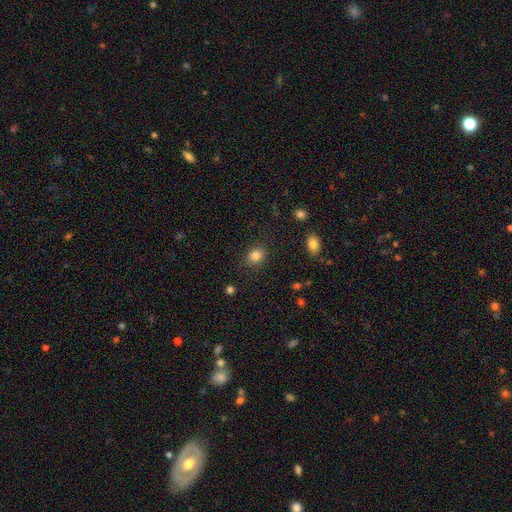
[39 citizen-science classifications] This is clearly a smooth galaxy (87%). How rounded: likely round (65%). Merging: clearly none (83%).